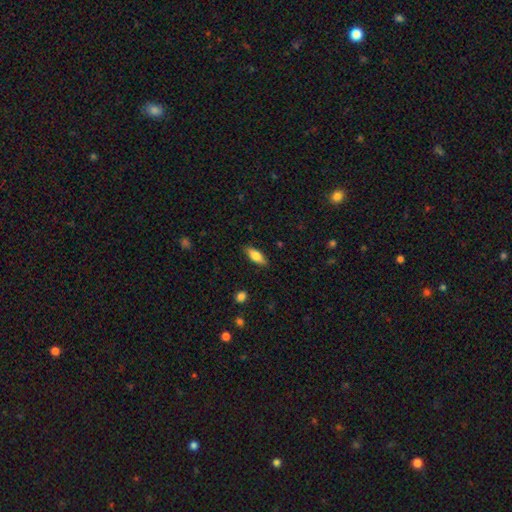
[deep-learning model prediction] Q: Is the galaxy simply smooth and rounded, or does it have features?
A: smooth — 71%.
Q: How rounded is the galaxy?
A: in between — 70%.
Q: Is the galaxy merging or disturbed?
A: none — 85%.